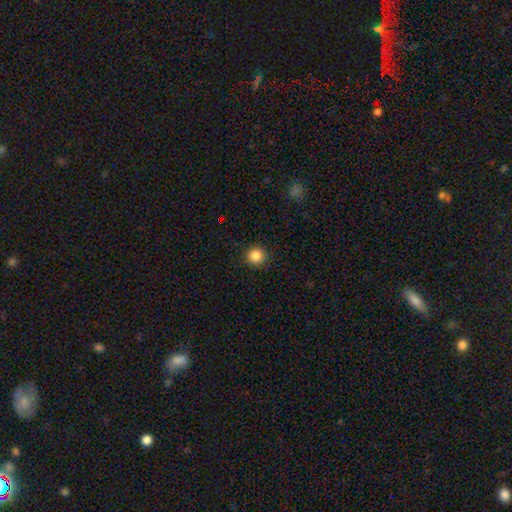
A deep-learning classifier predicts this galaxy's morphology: Smooth or featured? smooth (86%)
How rounded? round (95%)
Merging? none (92%)